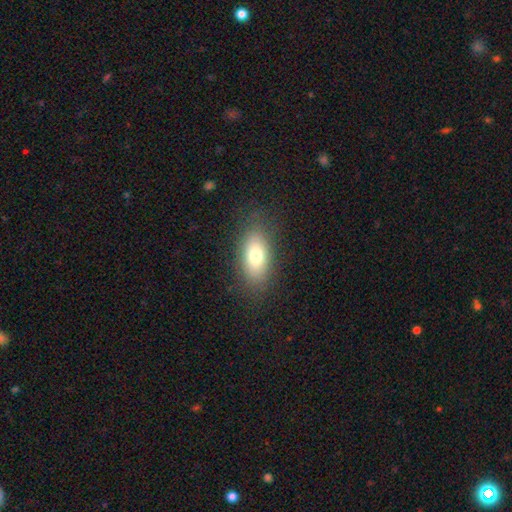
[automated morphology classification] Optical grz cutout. It shows a smooth galaxy with no disk features (75%) that is in between round and cigar-shaped (86%). Merging: none (81%).